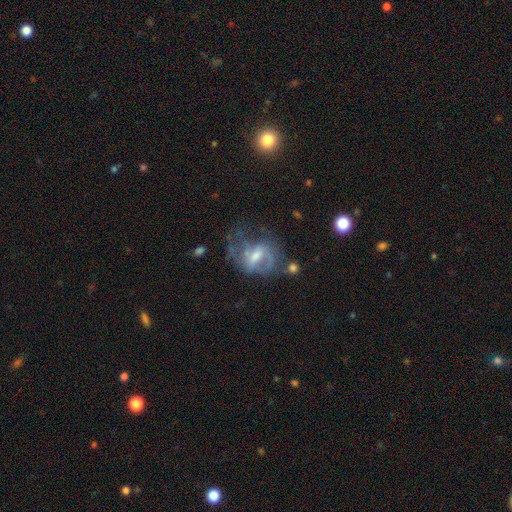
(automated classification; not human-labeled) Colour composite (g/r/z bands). It shows a featured or disk galaxy (66%) with a weak bar (51%), spiral arms (66%) and a moderate central bulge (46%). Merging: none (38%).